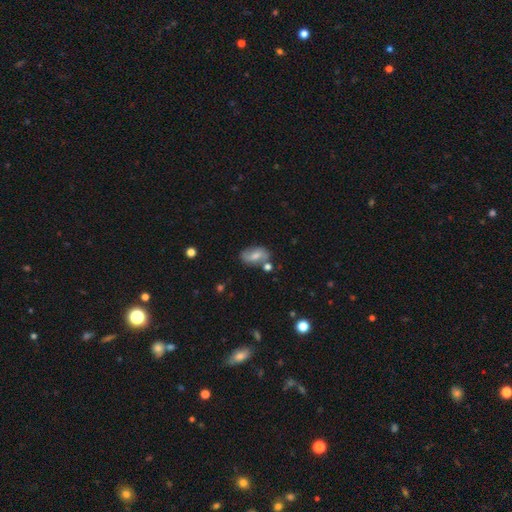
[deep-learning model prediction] smooth-or-featured: smooth: 52% | featured or disk: 40% | star or artifact: 9%
  how-rounded: in between: 87% | round: 9% | cigar-shaped: 4%
  merging: none: 65% | minor disturbance: 18% | merger: 11% | major disturbance: 5%